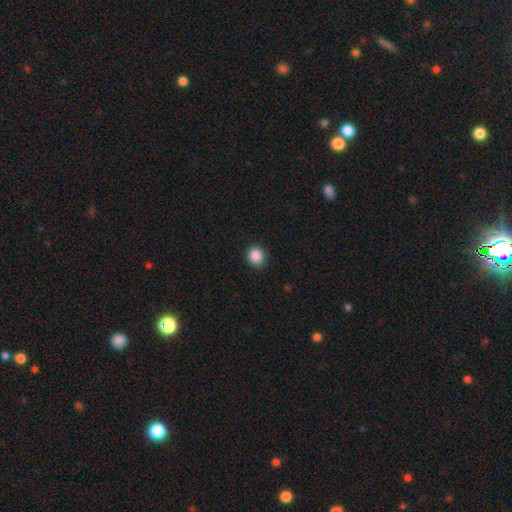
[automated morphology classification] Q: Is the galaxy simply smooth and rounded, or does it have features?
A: smooth — 88%.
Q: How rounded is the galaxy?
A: round — 75%.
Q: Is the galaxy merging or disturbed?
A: none — 87%.